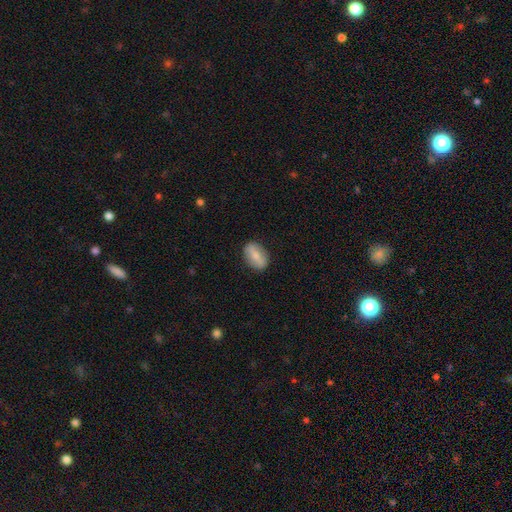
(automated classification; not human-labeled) Smooth or featured? smooth (61%)
How rounded? in between (84%)
Merging? none (86%)